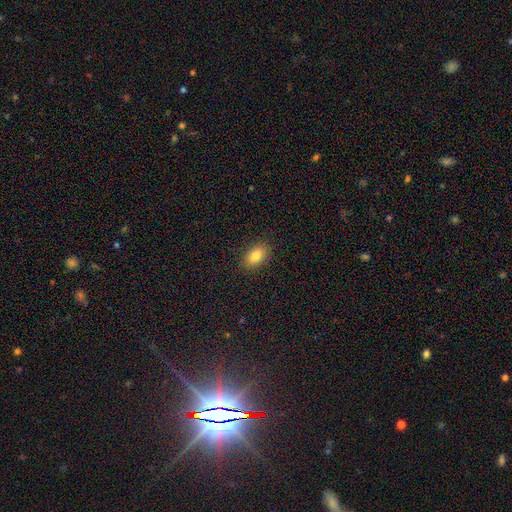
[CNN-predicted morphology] A smooth galaxy with no disk features (83%) that is in between round and cigar-shaped (89%).

Vote fractions:
- Smooth or featured? smooth: 83% / featured or disk: 8% / star or artifact: 8%
- How rounded? in between: 89% / round: 9% / cigar-shaped: 2%
- Merging? none: 88% / minor disturbance: 8% / major disturbance: 2% / merger: 1%